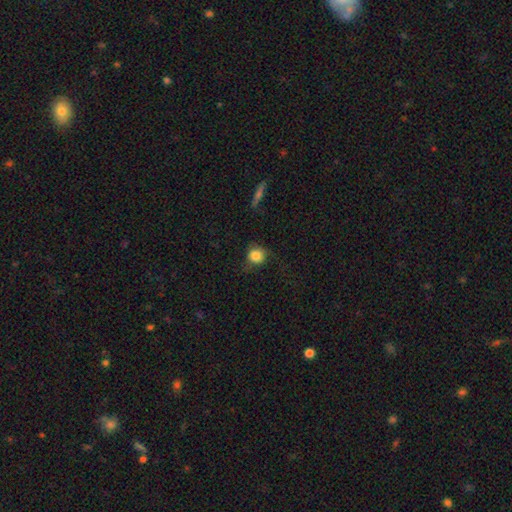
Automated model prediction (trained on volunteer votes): Morphology: type=smooth (82%); roundness=round (83%); merging=none (62%).